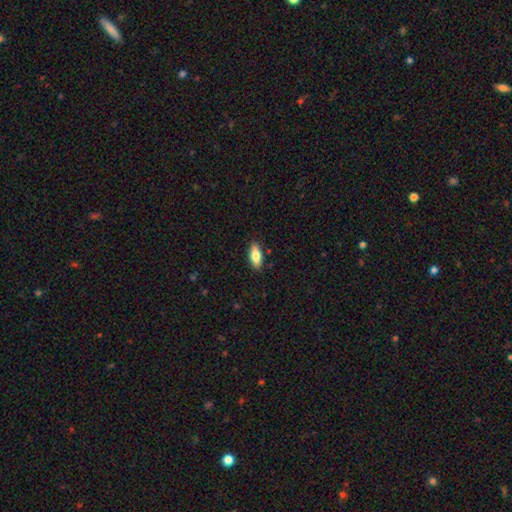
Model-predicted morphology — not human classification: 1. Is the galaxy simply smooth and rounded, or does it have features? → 78% smooth, 15% featured or disk, 6% star or artifact.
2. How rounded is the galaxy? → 82% in between, 16% cigar-shaped, 3% round.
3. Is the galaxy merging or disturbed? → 88% none, 9% minor disturbance, 2% major disturbance, 1% merger.